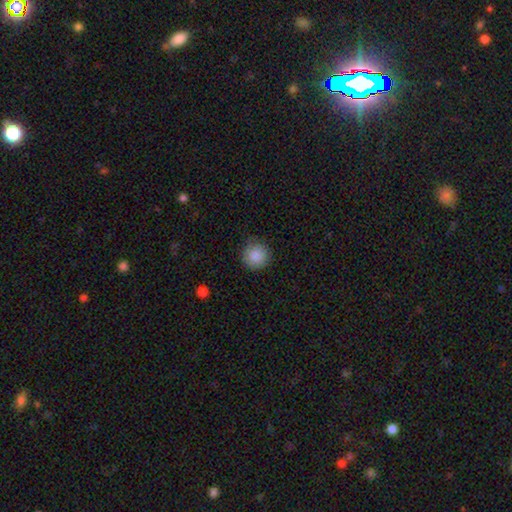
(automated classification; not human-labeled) Smooth or featured? smooth (87%)
How rounded? round (95%)
Merging? none (86%)